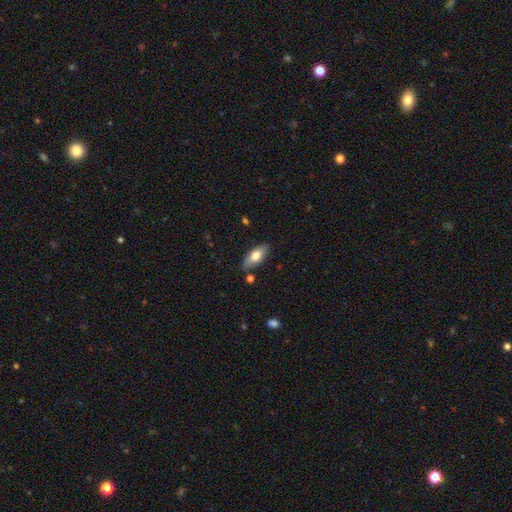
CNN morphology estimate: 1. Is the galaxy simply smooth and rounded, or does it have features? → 72% smooth, 21% featured or disk, 6% star or artifact.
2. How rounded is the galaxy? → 84% in between, 13% cigar-shaped, 2% round.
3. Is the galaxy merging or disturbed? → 82% none, 13% minor disturbance, 2% major disturbance, 2% merger.